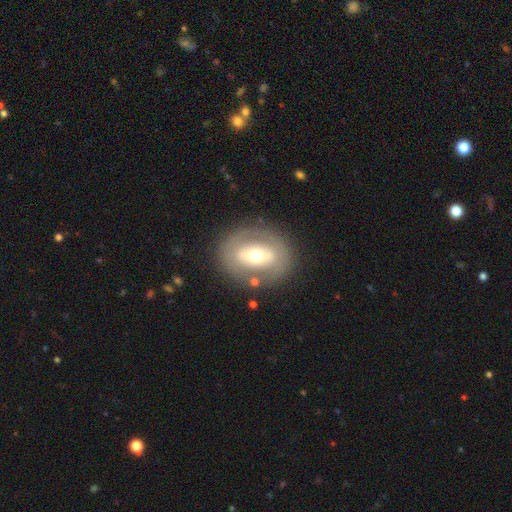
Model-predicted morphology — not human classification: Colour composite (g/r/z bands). It shows a featured or disk galaxy (53%). Merging: none (80%).